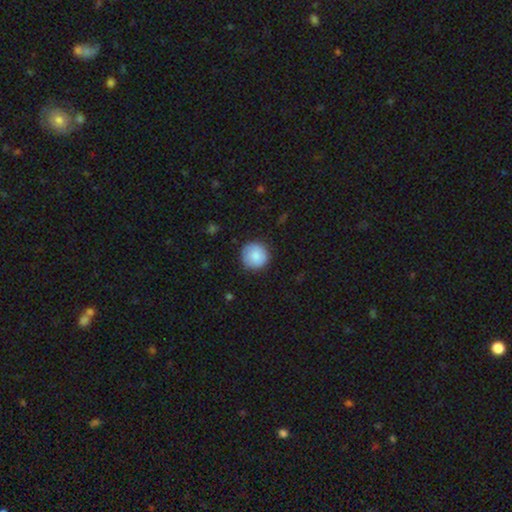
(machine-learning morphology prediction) type=smooth (85%); roundness=round (95%); merging=none (85%).